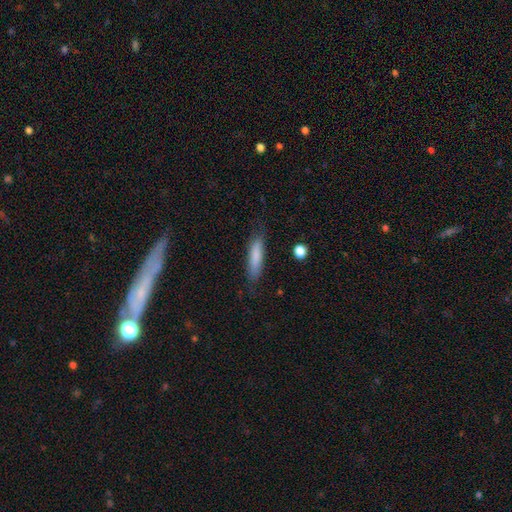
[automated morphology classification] smooth 80%, featured or disk 14%, star or artifact 7%. Down the decision tree: how rounded — cigar-shaped (78%); merging — none (79%).